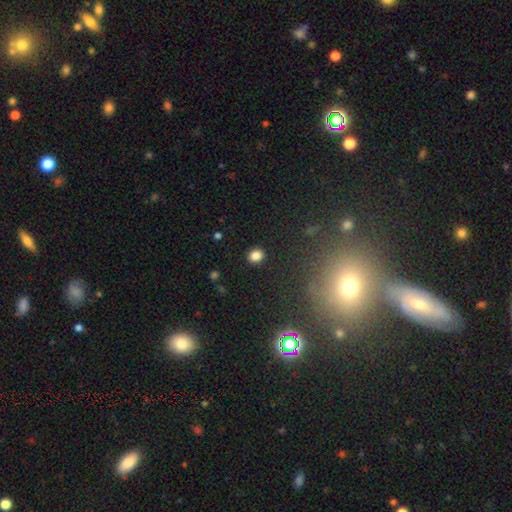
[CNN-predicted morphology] smooth_or_featured: smooth (p=0.85) [alt: star or artifact p=0.11]
how_rounded: round (p=0.68) [alt: in between p=0.30]
merging: none (p=0.90) [alt: minor disturbance p=0.06]